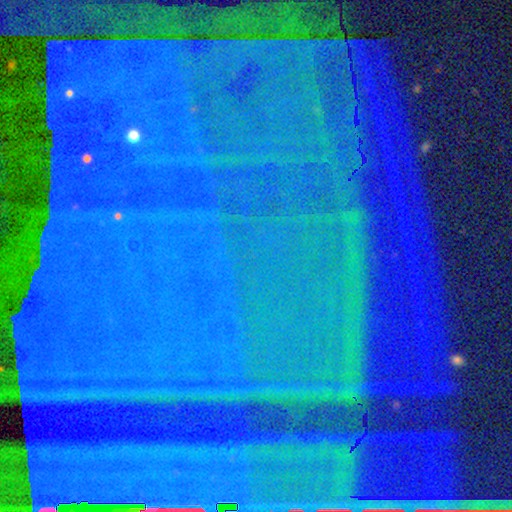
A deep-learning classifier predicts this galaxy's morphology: Smooth or featured? star or artifact (86%)